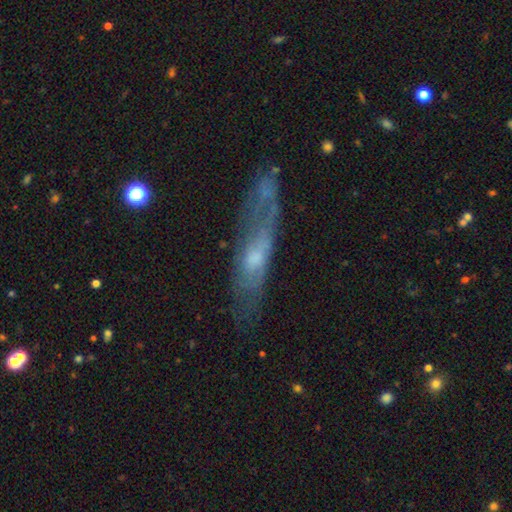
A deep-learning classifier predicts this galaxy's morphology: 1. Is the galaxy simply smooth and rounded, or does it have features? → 58% featured or disk, 31% smooth, 10% star or artifact.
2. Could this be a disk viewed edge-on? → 50% no (tied), 50% yes (tied).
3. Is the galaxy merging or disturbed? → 59% none, 23% minor disturbance, 15% major disturbance, 3% merger.